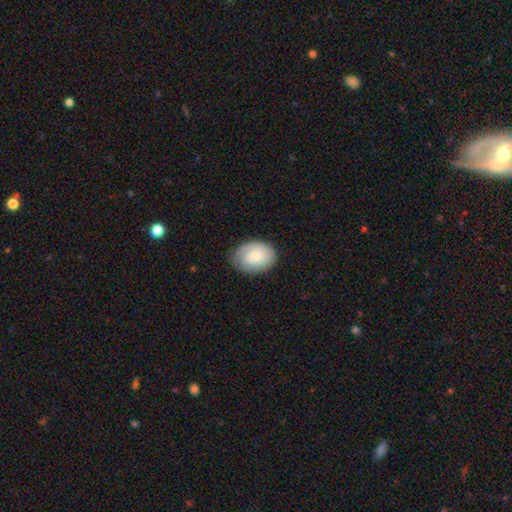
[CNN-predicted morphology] Smooth or featured? smooth (76%)
How rounded? in between (76%)
Merging? none (75%)